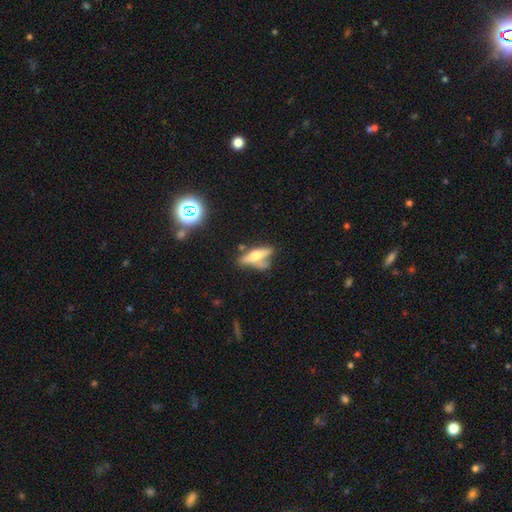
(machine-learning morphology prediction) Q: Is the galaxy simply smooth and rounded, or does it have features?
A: featured or disk — 47%.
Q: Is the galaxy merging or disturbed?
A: none — 42%.